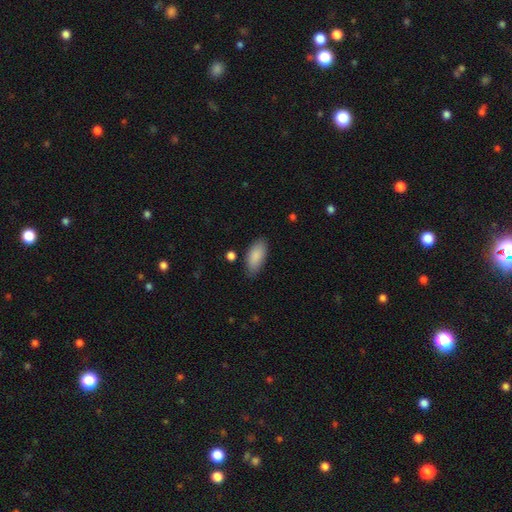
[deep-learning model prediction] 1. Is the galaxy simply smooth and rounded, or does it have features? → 88% smooth, 6% star or artifact, 6% featured or disk.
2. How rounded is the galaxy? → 88% in between, 10% cigar-shaped, 2% round.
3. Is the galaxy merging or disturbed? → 83% none, 13% minor disturbance, 3% major disturbance, 2% merger.